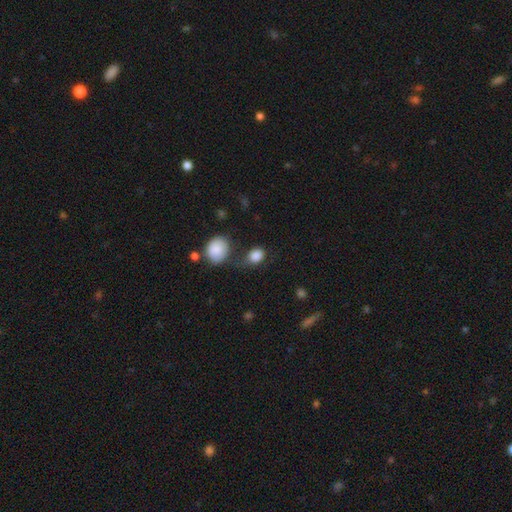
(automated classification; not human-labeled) Smooth or featured? smooth (86%)
How rounded? in between (58%)
Merging? none (55%)